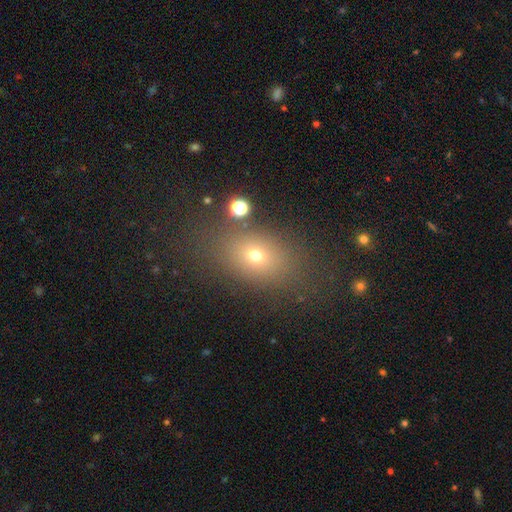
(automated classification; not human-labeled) A smooth galaxy with no disk features (66%) that is in between round and cigar-shaped (68%). Merging: none (76%).